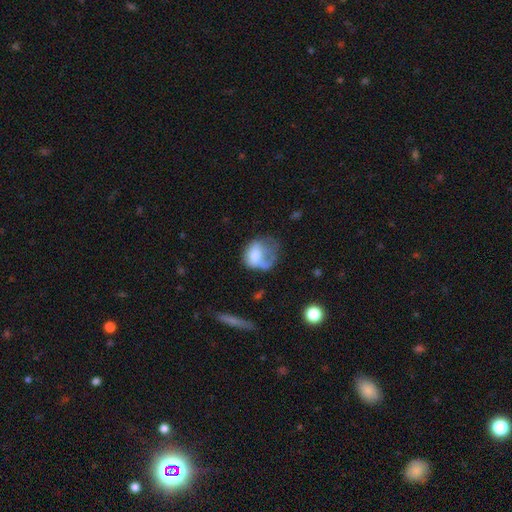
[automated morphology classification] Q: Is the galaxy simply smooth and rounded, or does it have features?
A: smooth — 62%.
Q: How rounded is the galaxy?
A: round — 52%.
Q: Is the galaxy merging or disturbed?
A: major disturbance — 41%.